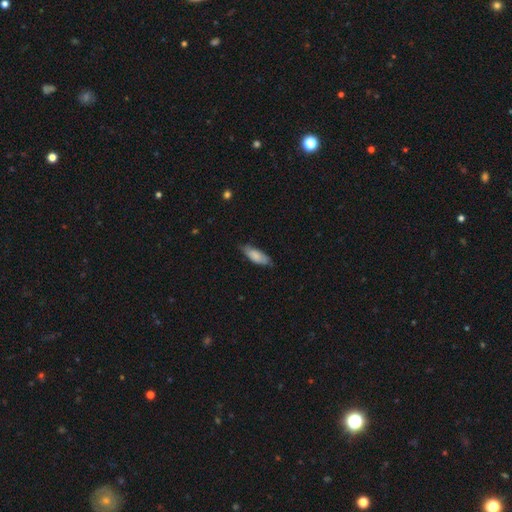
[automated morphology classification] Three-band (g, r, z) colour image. It shows a smooth galaxy with no disk features (76%) that is in between round and cigar-shaped (71%). Merging: none (64%).